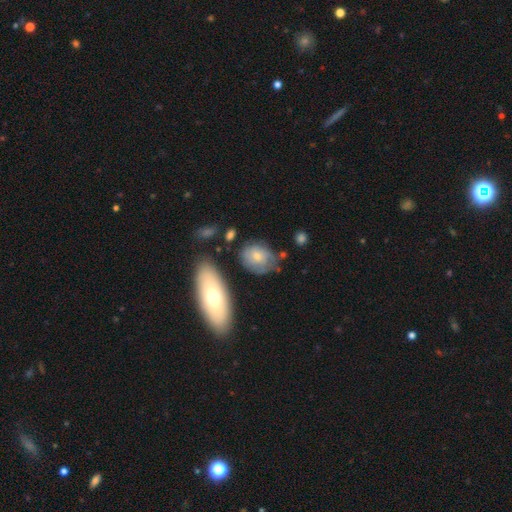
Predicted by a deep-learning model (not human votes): A smooth galaxy with no disk features (63%) that is in between round and cigar-shaped (57%).

Vote fractions:
- Smooth or featured? smooth: 63% / featured or disk: 28% / star or artifact: 9%
- How rounded? in between: 57% / round: 40% / cigar-shaped: 3%
- Merging? none: 65% / minor disturbance: 22% / major disturbance: 7% / merger: 6%